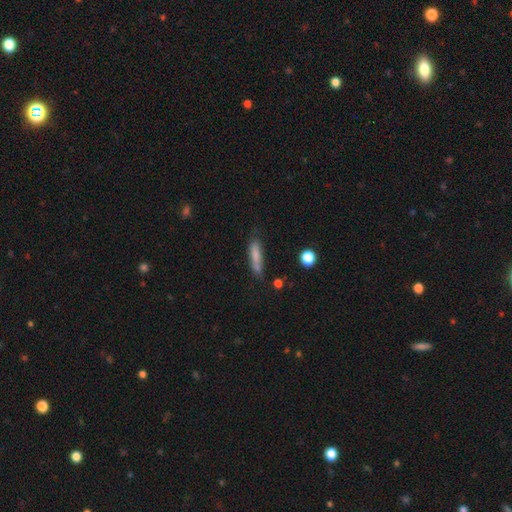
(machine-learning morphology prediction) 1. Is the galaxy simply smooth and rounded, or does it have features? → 75% smooth, 17% featured or disk, 9% star or artifact.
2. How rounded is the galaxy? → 78% cigar-shaped, 20% in between, 2% round.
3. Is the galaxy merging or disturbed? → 61% none, 24% minor disturbance, 7% major disturbance, 7% merger.